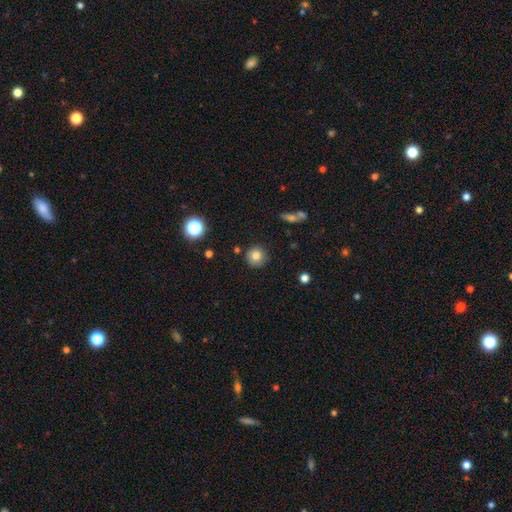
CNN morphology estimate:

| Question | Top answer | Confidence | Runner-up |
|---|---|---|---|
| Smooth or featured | smooth | 81% | star or artifact (11%) |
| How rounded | round | 93% | in between (6%) |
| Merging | none | 85% | minor disturbance (10%) |